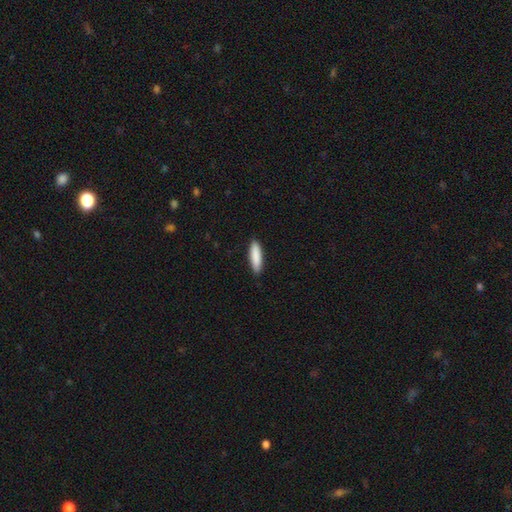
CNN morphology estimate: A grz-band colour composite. It shows a smooth galaxy with no disk features (88%) that is cigar-shaped (69%). Merging: none (89%).